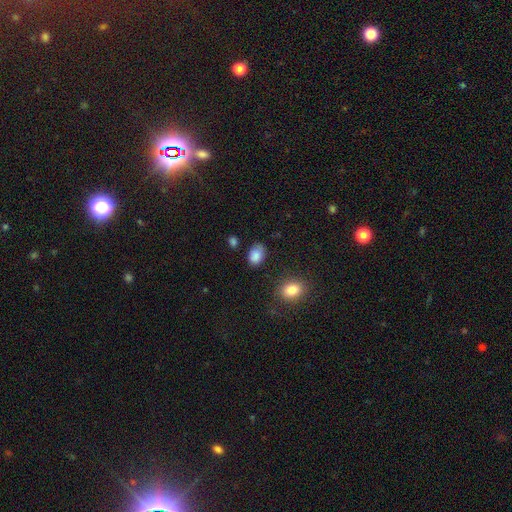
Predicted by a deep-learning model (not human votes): Overall: smooth (85%). How rounded: in between (80%). Merging: none (67%).